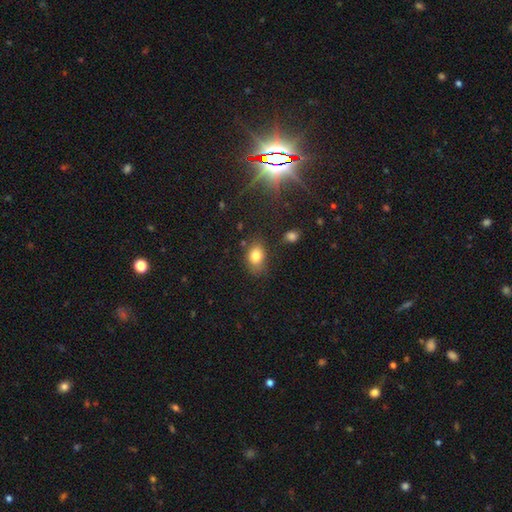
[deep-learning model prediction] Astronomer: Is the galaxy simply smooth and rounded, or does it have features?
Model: smooth — 80%.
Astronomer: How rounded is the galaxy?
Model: in between — 71%.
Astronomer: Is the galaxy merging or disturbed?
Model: none — 73%.